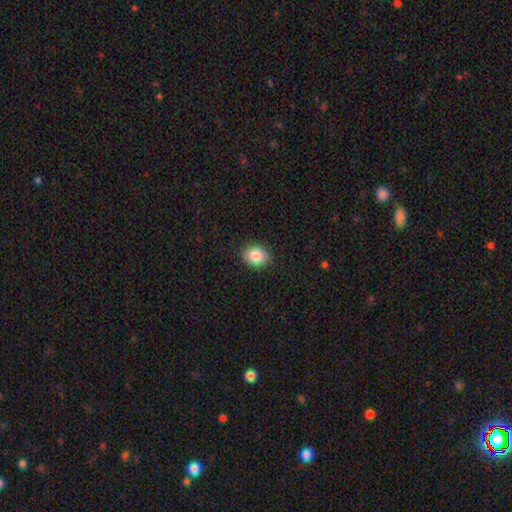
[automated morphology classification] smooth 85%, star or artifact 9%, featured or disk 6%. Down the decision tree: how rounded — in between (56%); merging — none (89%).